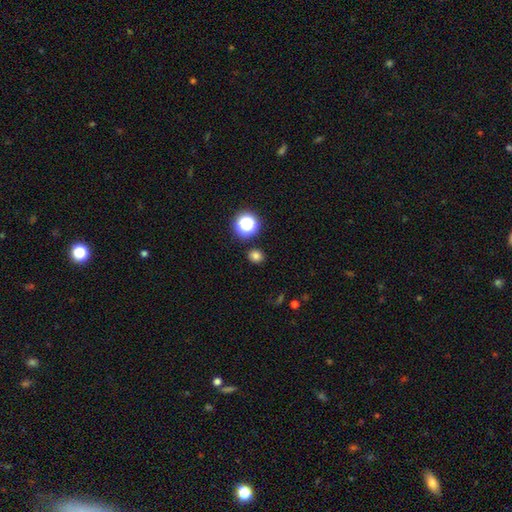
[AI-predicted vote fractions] Smooth or featured?
  - smooth: 77% *
  - star or artifact: 18%
  - featured or disk: 5%
How rounded?
  - round: 79% *
  - in between: 20%
  - cigar-shaped: 1%
Merging?
  - none: 88% *
  - minor disturbance: 7%
  - merger: 3%
  - major disturbance: 2%